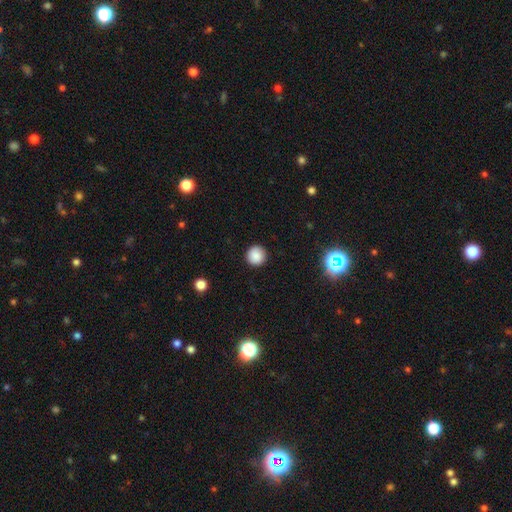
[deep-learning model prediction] Q: Smooth or featured?
A: smooth (87%); runner-up: star or artifact (10%)
Q: How rounded?
A: round (96%); runner-up: in between (3%)
Q: Merging?
A: none (92%); runner-up: minor disturbance (5%)